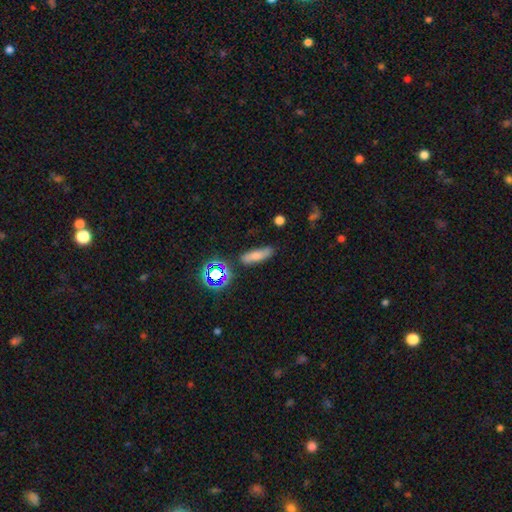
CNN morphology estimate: A smooth galaxy with no disk features (70%) that is cigar-shaped (52%). Merging: none (73%).